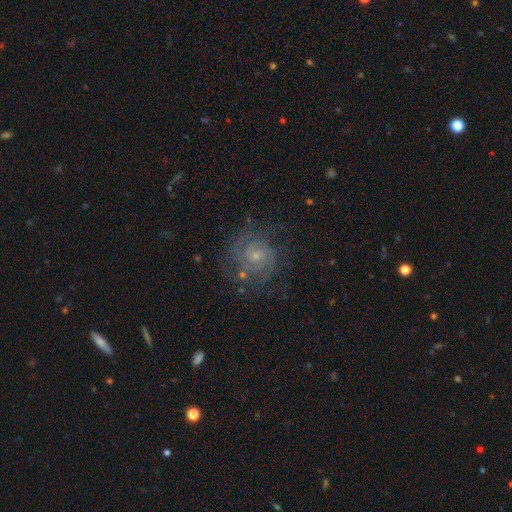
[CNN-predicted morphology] Smooth or featured: featured or disk — 83% (smooth — 9%)
Edge-on disk: no — 98% (yes — 2%)
Bar: no — 65% (weak — 30%)
Spiral arms: yes — 96% (no — 4%)
Spiral winding: tight — 67% (medium — 27%)
Spiral arm count: 2 — 48% (can't tell — 22%)
Bulge size: small — 66% (moderate — 28%)
Merging: none — 74% (minor disturbance — 15%)